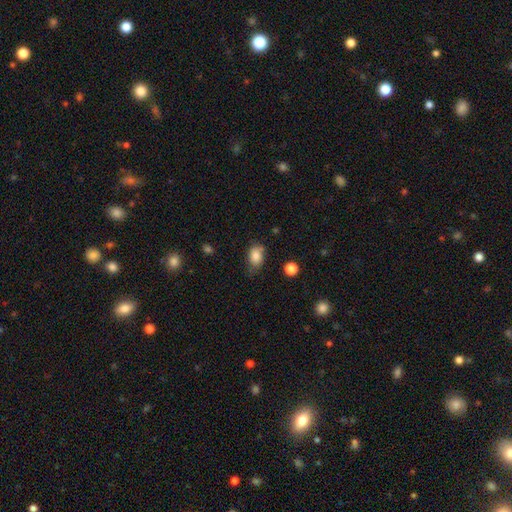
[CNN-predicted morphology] This is clearly a smooth galaxy (84%). How rounded: likely in between (79%). Merging: likely none (62%).